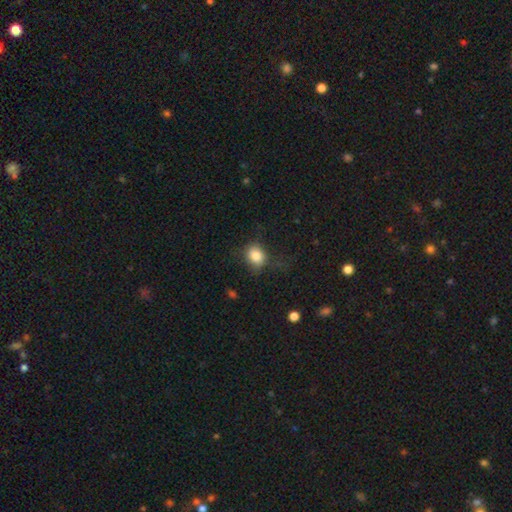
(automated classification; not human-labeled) A smooth galaxy with no disk features (83%) that is round (55%).

Vote fractions:
- Smooth or featured? smooth: 83% / star or artifact: 10% / featured or disk: 7%
- How rounded? round: 55% / in between: 44% / cigar-shaped: 1%
- Merging? none: 62% / minor disturbance: 24% / major disturbance: 12% / merger: 2%